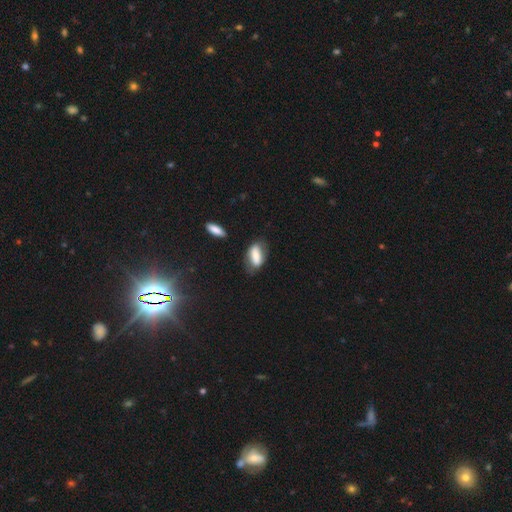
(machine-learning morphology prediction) Smooth or featured: smooth — 69% (featured or disk — 23%)
How rounded: in between — 83% (cigar-shaped — 12%)
Merging: none — 62% (minor disturbance — 25%)